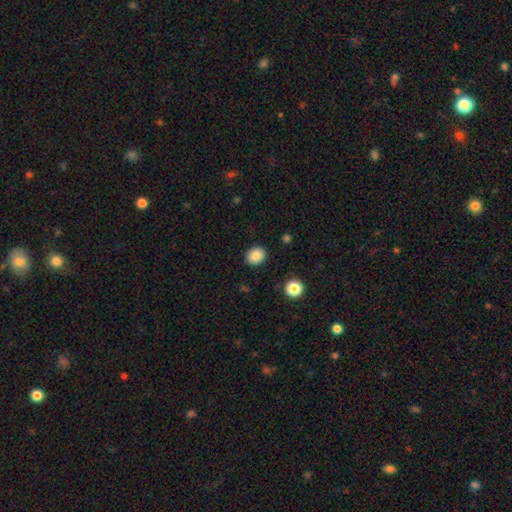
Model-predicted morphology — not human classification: This appears to be a smooth galaxy with no disk features (86%) that is round (56%). Merging: none (89%).